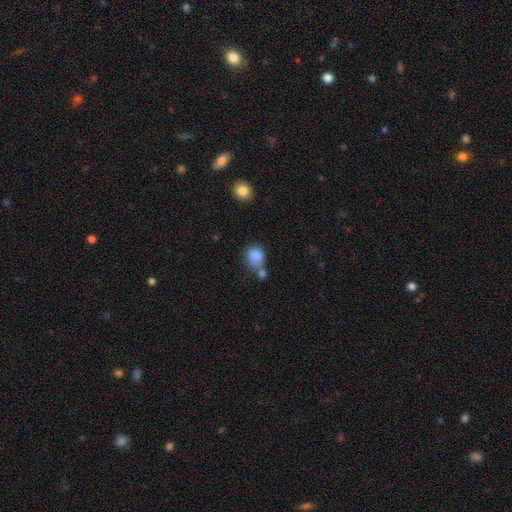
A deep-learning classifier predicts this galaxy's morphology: Q: Smooth or featured?
A: smooth (84%); runner-up: star or artifact (9%)
Q: How rounded?
A: round (52%); runner-up: in between (46%)
Q: Merging?
A: none (40%); runner-up: merger (34%)